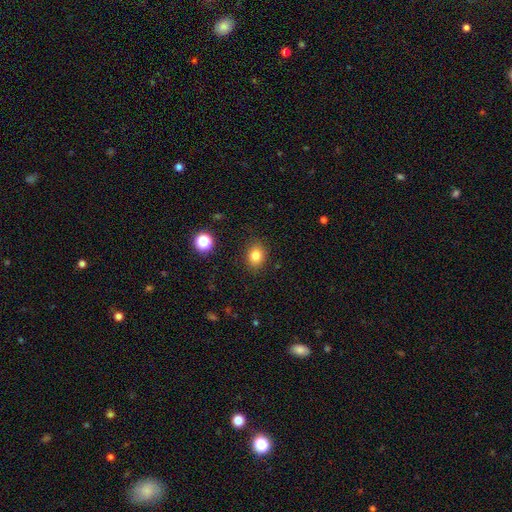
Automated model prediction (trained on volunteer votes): Q: Smooth or featured?
A: smooth (82%); runner-up: star or artifact (12%)
Q: How rounded?
A: in between (51%); runner-up: round (48%)
Q: Merging?
A: none (85%); runner-up: minor disturbance (10%)